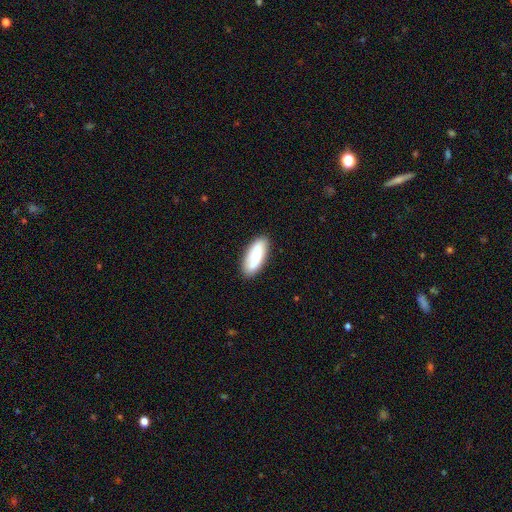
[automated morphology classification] This is likely a smooth galaxy (79%). How rounded: likely in between (72%). Merging: clearly none (86%).